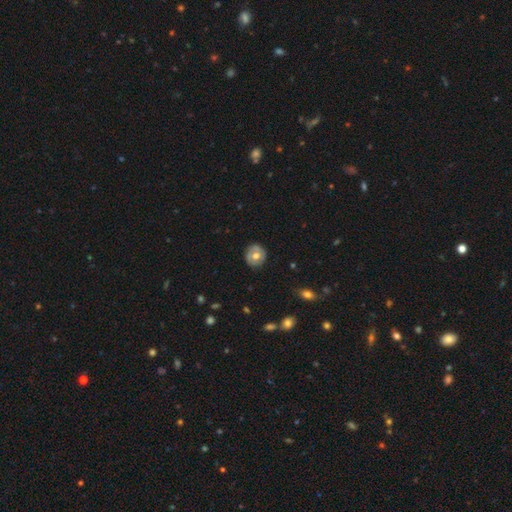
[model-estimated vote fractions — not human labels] Overall: smooth (53%; featured or disk 39%). How rounded: round (85%). Merging: none (81%).